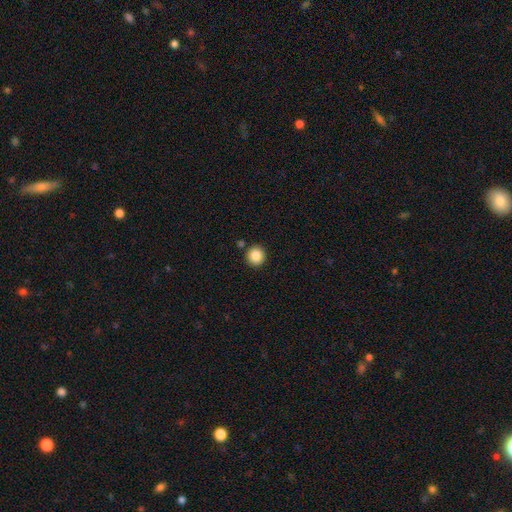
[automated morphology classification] The model was most divided on "smooth or featured": smooth: 86%, star or artifact: 9%, featured or disk: 4%. More confident: how rounded — round (95%); merging — none (89%).